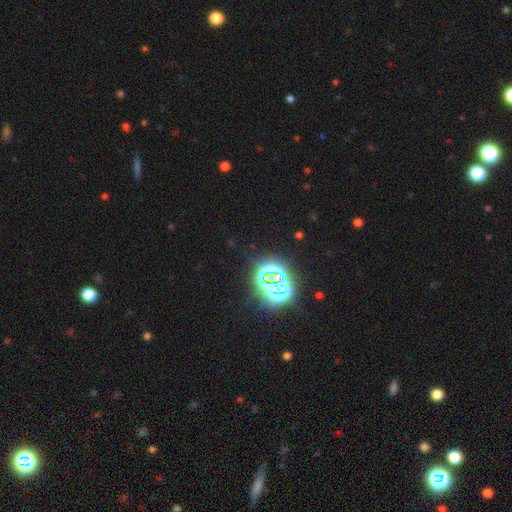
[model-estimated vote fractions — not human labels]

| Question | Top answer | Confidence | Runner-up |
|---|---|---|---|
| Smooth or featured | star or artifact | 77% | smooth (16%) |